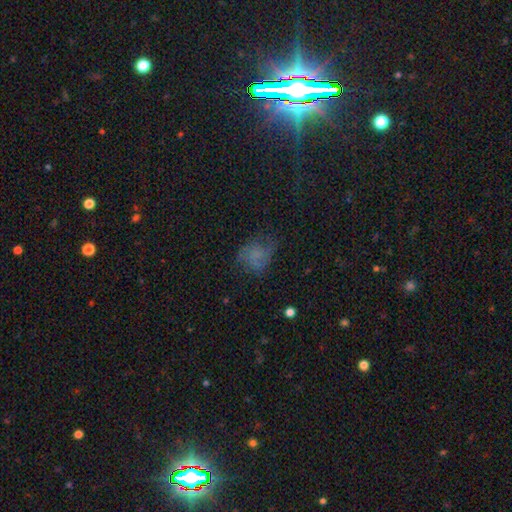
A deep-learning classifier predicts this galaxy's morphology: Smooth or featured? Predicted: smooth (p=0.52). How rounded? Predicted: in between (p=0.50). Merging? Predicted: none (p=0.47).